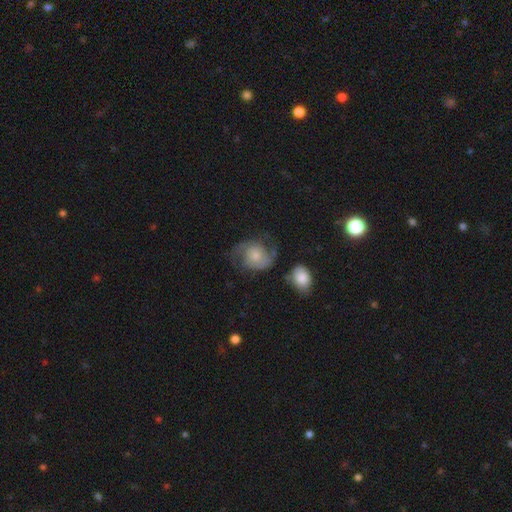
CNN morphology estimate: This appears to be a featured or disk galaxy (71%) with no bar (69%), 2 (86%) medium (49%) spiral arms (93%) and a small central bulge (45%). Merging: none (57%).